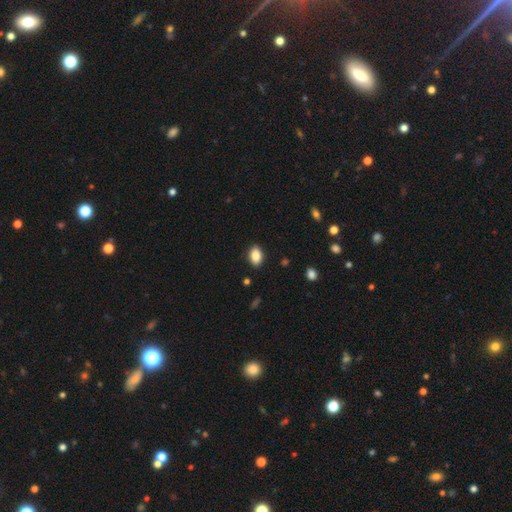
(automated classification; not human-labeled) Q: Smooth or featured?
A: smooth (86%); runner-up: star or artifact (8%)
Q: How rounded?
A: in between (87%); runner-up: round (11%)
Q: Merging?
A: none (89%); runner-up: minor disturbance (8%)